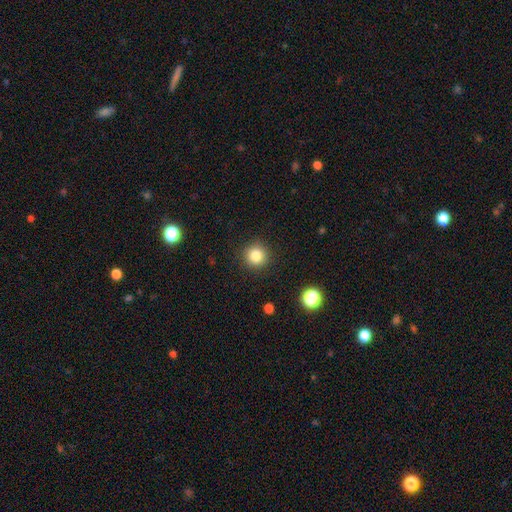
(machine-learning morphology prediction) This appears to be a smooth galaxy with no disk features (82%) that is round (94%). Merging: none (91%).